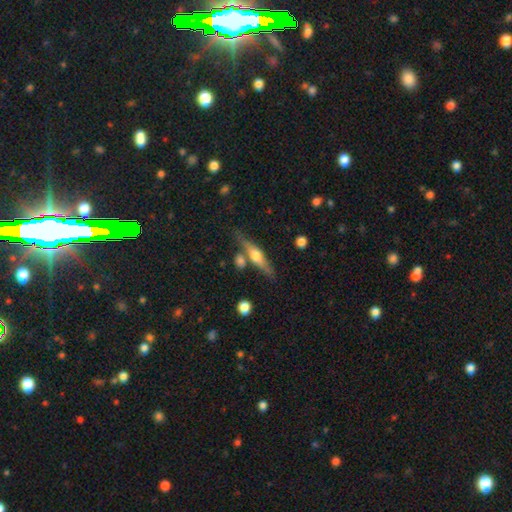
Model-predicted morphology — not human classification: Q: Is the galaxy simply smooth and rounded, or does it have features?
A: featured or disk — 60%.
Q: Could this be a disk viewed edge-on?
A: yes — 93%.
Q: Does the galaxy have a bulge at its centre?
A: rounded — 89%.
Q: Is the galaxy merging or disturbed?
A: none — 70%.